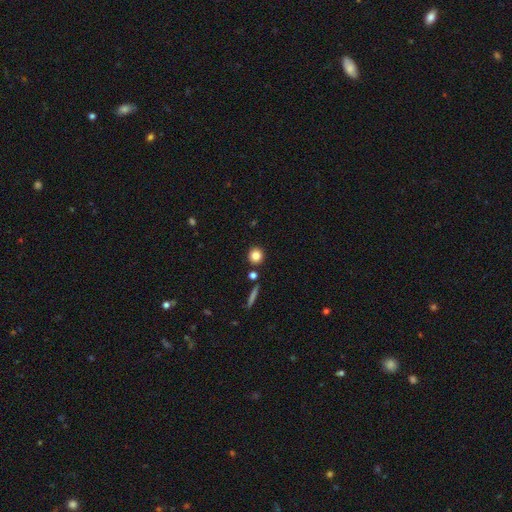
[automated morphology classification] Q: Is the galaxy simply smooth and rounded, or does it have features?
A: smooth — 83%.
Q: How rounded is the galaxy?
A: round — 90%.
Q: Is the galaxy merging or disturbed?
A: none — 85%.